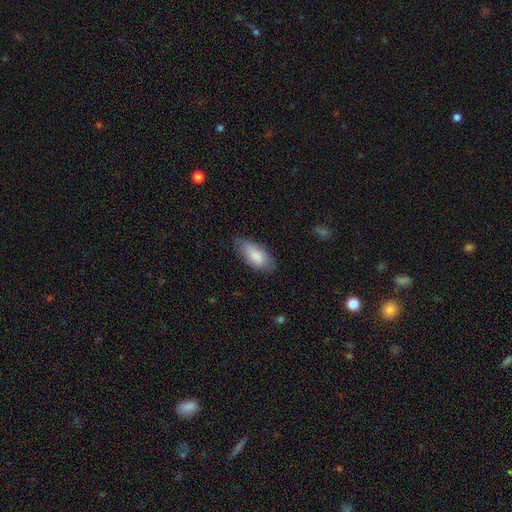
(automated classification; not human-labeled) smooth_or_featured: smooth (p=0.85) [alt: featured or disk p=0.10]
how_rounded: in between (p=0.87) [alt: cigar-shaped p=0.11]
merging: none (p=0.74) [alt: minor disturbance p=0.21]